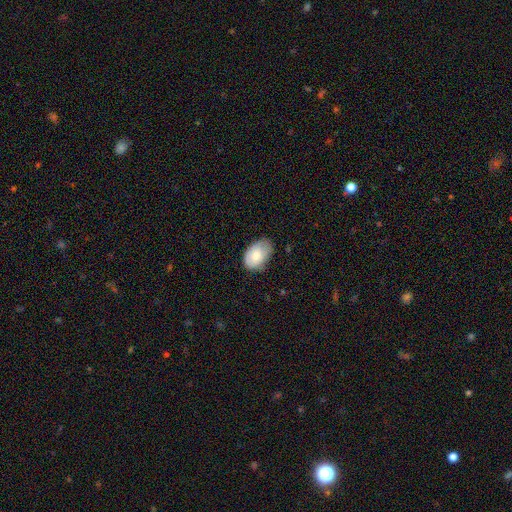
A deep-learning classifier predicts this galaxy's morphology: This appears to be a smooth galaxy with no disk features (79%) that is in between round and cigar-shaped (90%). Merging: none (62%).